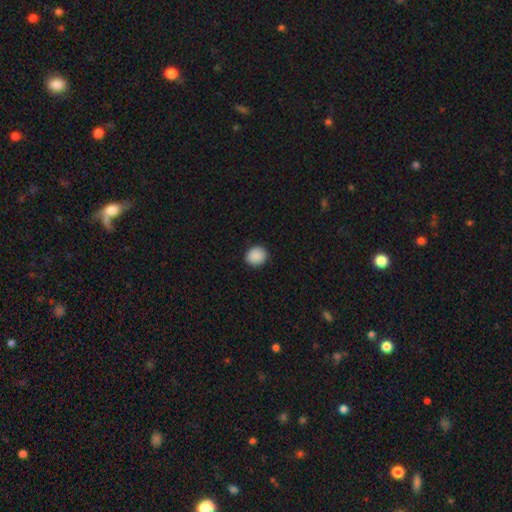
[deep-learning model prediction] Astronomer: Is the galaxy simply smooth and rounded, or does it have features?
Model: smooth — 90%.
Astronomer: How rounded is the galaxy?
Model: round — 75%.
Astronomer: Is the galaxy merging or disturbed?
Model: none — 90%.